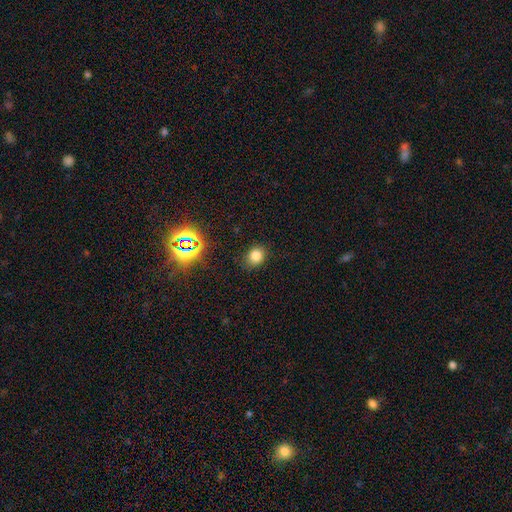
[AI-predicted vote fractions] Overall: smooth (78%). How rounded: round (60%; in between 39%). Merging: none (84%).